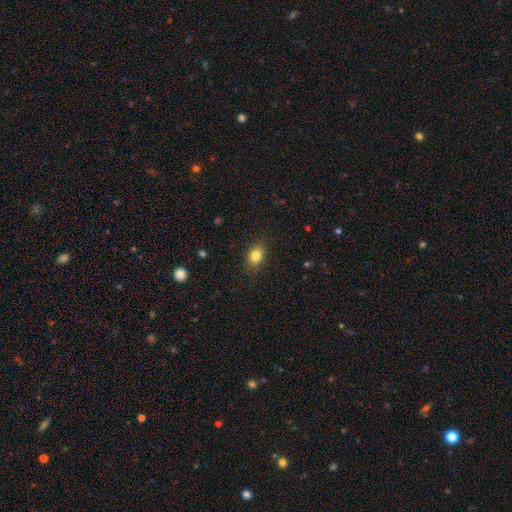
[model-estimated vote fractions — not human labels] A smooth galaxy with no disk features (82%) that is in between round and cigar-shaped (64%). Merging: none (85%).